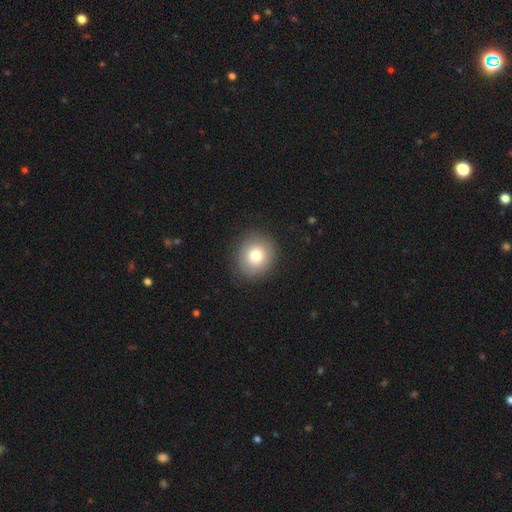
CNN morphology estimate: smooth-or-featured: smooth: 79% | featured or disk: 11% | star or artifact: 10%
  how-rounded: round: 80% | in between: 19% | cigar-shaped: 1%
  merging: none: 87% | minor disturbance: 9% | major disturbance: 3% | merger: 1%